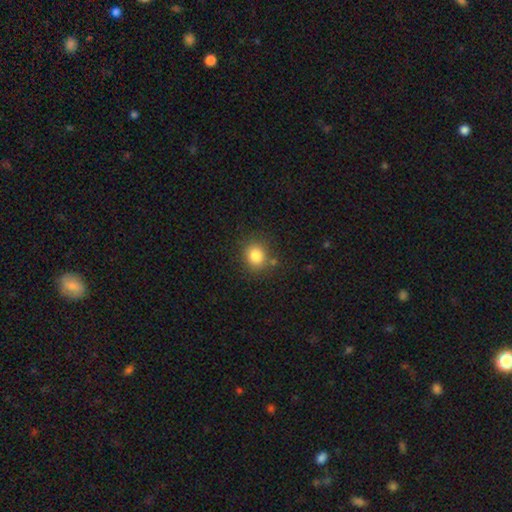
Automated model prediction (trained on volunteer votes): A smooth galaxy with no disk features (84%) that is round (75%). Merging: none (79%).